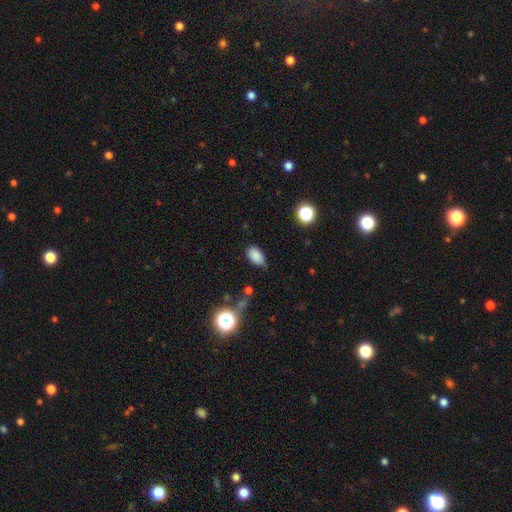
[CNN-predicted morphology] Smooth or featured: smooth — 84% (star or artifact — 11%)
How rounded: in between — 91% (round — 8%)
Merging: none — 69% (minor disturbance — 24%)